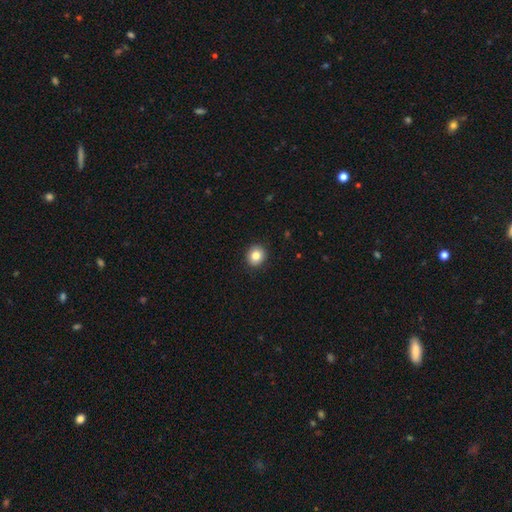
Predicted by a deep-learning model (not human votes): smooth_or_featured: smooth (p=0.83) [alt: star or artifact p=0.09]
how_rounded: round (p=0.84) [alt: in between p=0.15]
merging: none (p=0.91) [alt: minor disturbance p=0.06]